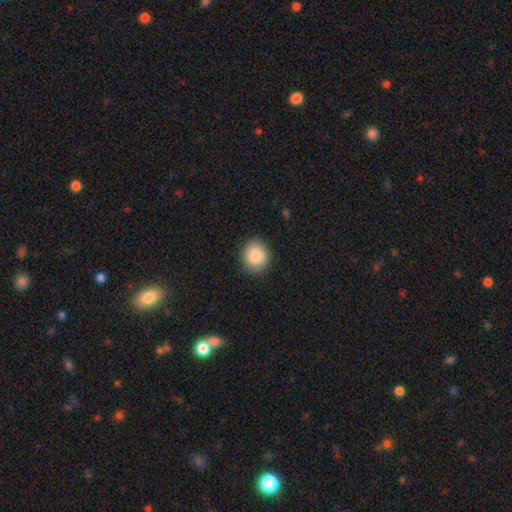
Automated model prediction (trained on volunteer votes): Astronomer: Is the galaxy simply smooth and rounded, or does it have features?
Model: smooth — 86%.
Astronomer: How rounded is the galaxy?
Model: round — 73%.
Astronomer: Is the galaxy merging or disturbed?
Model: none — 86%.